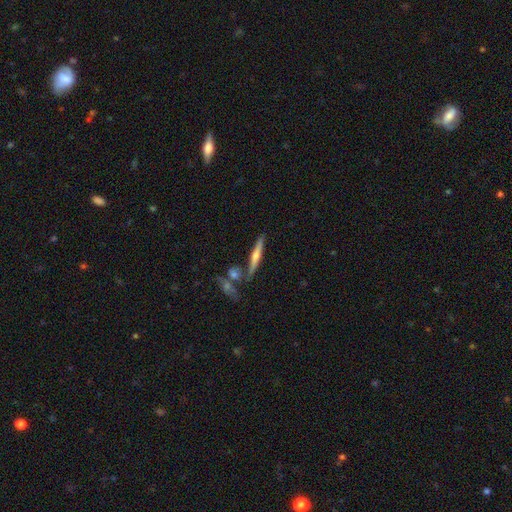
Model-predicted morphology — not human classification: A featured or disk galaxy (64%) viewed edge-on (96%) with a rounded central bulge (84%). Merging: none (78%).